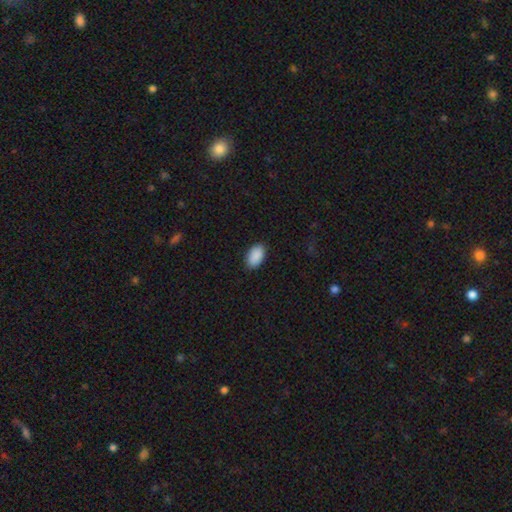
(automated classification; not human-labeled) Smooth or featured? Predicted: smooth (p=0.91). How rounded? Predicted: in between (p=0.94). Merging? Predicted: none (p=0.88).